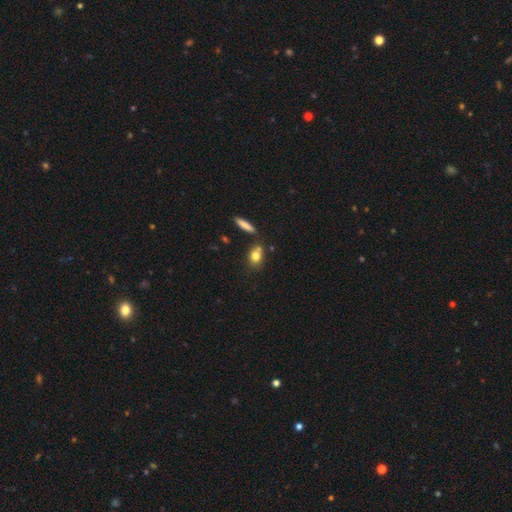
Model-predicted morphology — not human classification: smooth-or-featured: smooth: 80% | featured or disk: 11% | star or artifact: 9%
  how-rounded: in between: 59% | round: 33% | cigar-shaped: 8%
  merging: none: 63% | merger: 19% | minor disturbance: 14% | major disturbance: 4%